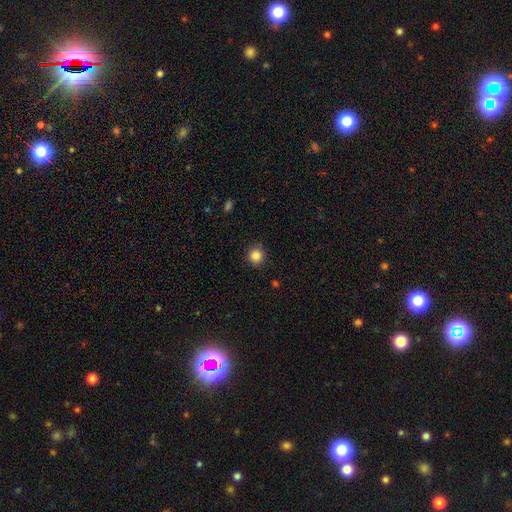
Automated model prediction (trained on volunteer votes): Smooth or featured: smooth — 85% (star or artifact — 11%)
How rounded: round — 91% (in between — 8%)
Merging: none — 90% (minor disturbance — 7%)